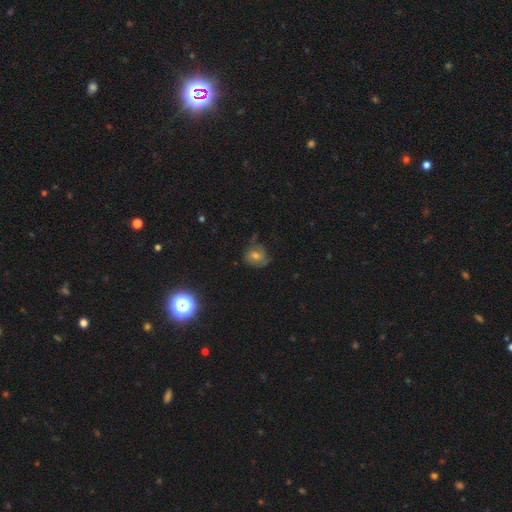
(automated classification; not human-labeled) Smooth or featured? smooth (44%)
Merging? none (56%)